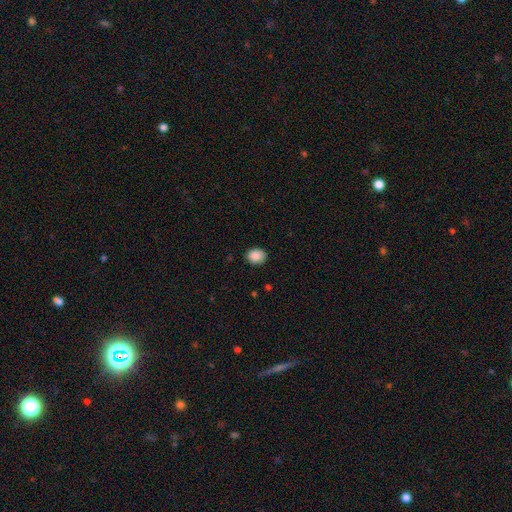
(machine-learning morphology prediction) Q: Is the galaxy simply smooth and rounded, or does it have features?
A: smooth — 89%.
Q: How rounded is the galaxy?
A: round — 54%.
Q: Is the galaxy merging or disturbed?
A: none — 87%.